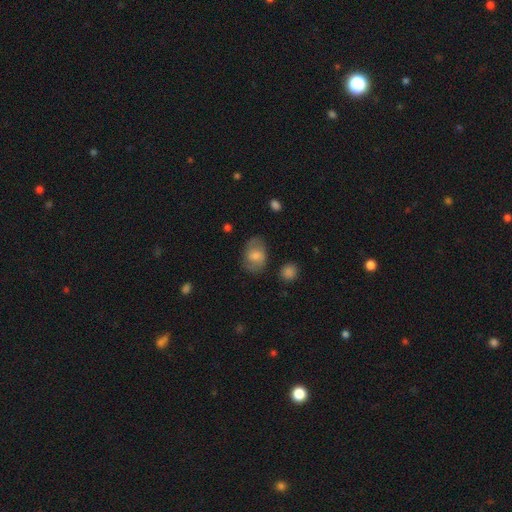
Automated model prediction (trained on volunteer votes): Overall: smooth (65%; featured or disk 28%). How rounded: in between (78%). Merging: none (71%).